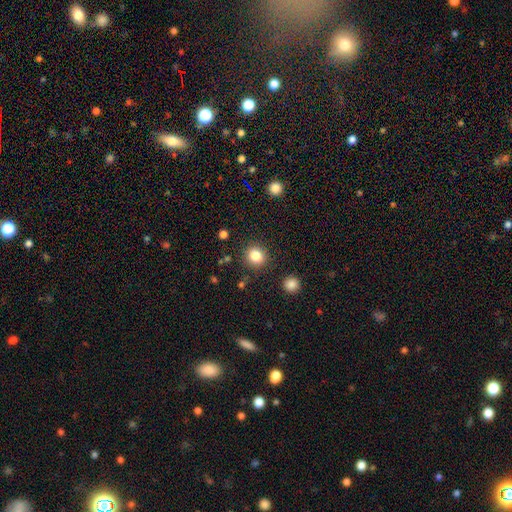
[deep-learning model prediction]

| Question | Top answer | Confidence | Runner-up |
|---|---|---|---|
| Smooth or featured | smooth | 82% | star or artifact (12%) |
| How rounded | round | 83% | in between (16%) |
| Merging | none | 87% | minor disturbance (8%) |